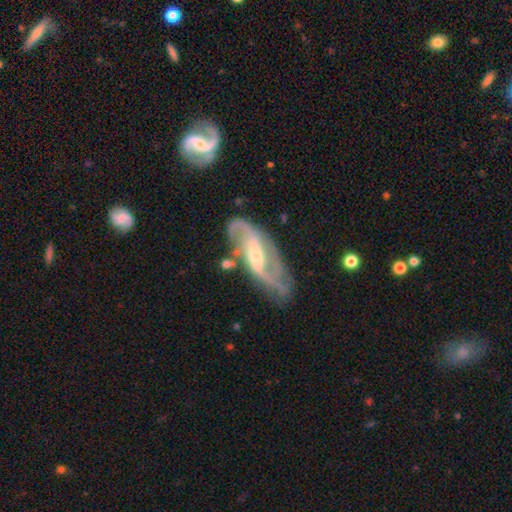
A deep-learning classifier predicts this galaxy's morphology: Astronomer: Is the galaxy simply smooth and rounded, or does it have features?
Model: featured or disk — 88%.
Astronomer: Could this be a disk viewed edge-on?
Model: no — 94%.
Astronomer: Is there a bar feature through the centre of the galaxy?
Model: weak — 40% (runner-up: strong, 34%).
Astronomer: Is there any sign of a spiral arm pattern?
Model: yes — 95%.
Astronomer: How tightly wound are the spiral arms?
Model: medium — 45% (runner-up: loose, 40%).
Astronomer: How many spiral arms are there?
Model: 2 — 88%.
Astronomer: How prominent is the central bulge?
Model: small — 53% (runner-up: moderate, 40%).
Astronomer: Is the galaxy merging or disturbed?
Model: none — 61%.